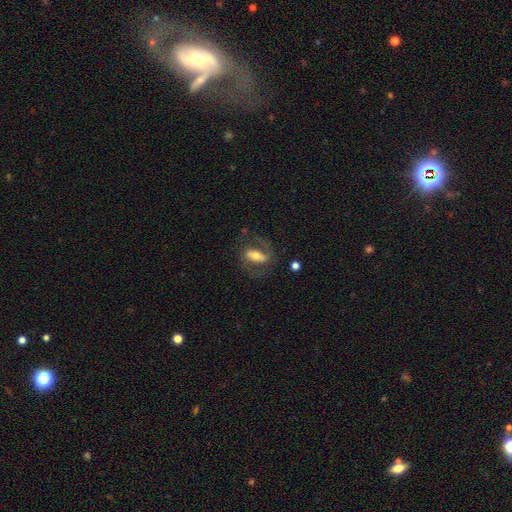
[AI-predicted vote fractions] A featured or disk galaxy (60%) with a strong bar (46%), spiral arms (64%) and a moderate central bulge (61%).

Vote fractions:
- Smooth or featured? featured or disk: 60% / smooth: 33% / star or artifact: 7%
- Edge-on disk? no: 89% / yes: 11%
- Bar? strong: 46% / no: 27% / weak: 27%
- Spiral arms? yes: 64% / no: 36%
- Bulge size? moderate: 61% / small: 21% / large: 14% / dominant: 2% / none: 2%
- Merging? none: 62% / major disturbance: 18% / minor disturbance: 17% / merger: 3%